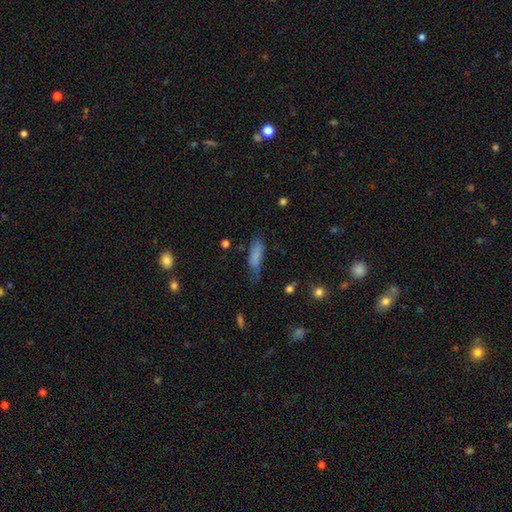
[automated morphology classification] Smooth or featured? smooth (74%)
How rounded? in between (55%)
Merging? none (47%)